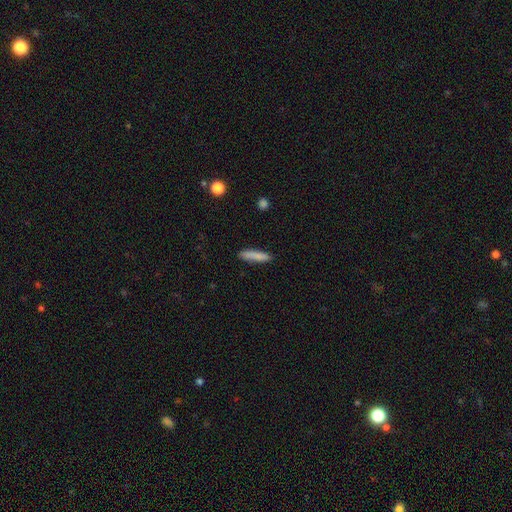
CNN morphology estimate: Overall: smooth (85%). How rounded: cigar-shaped (86%). Merging: none (87%).